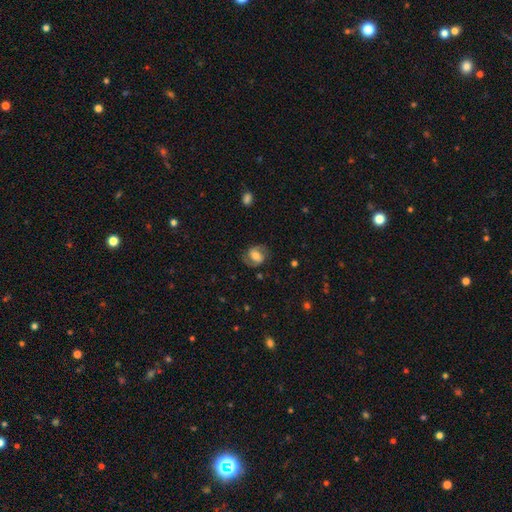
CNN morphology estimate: smooth_or_featured: featured or disk (p=0.59) [alt: smooth p=0.33]
disk_edge_on: no (p=0.96) [alt: yes p=0.04]
bar: weak (p=0.42) [alt: strong p=0.31]
has_spiral_arms: yes (p=0.85) [alt: no p=0.15]
bulge_size: moderate (p=0.51) [alt: small p=0.24]
merging: none (p=0.76) [alt: minor disturbance p=0.15]